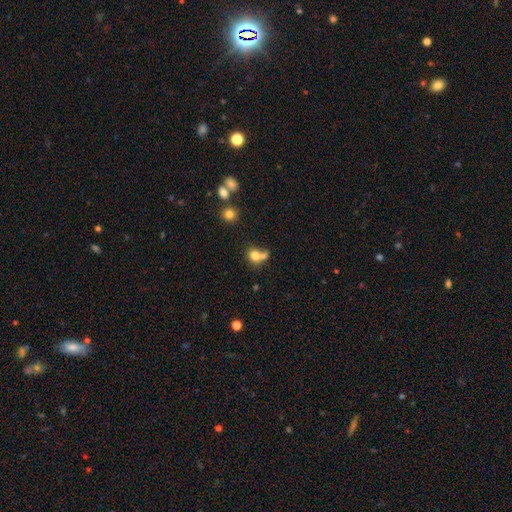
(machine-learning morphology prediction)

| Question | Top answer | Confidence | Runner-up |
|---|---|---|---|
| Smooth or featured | smooth | 76% | featured or disk (12%) |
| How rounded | round | 69% | in between (30%) |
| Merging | merger | 52% | none (33%) |